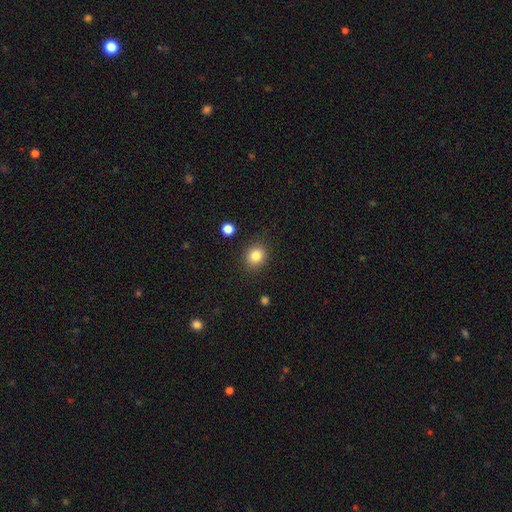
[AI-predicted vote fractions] smooth-or-featured: smooth: 84% | star or artifact: 11% | featured or disk: 6%
  how-rounded: round: 72% | in between: 27% | cigar-shaped: 1%
  merging: none: 87% | minor disturbance: 8% | major disturbance: 3% | merger: 2%